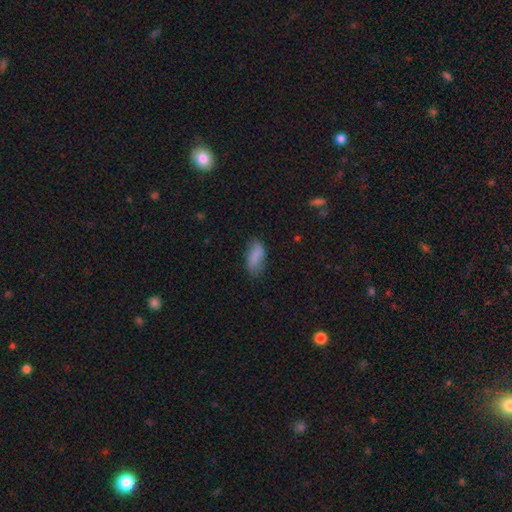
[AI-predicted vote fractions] This is clearly a smooth galaxy (82%). How rounded: clearly in between (90%). Merging: likely none (67%).